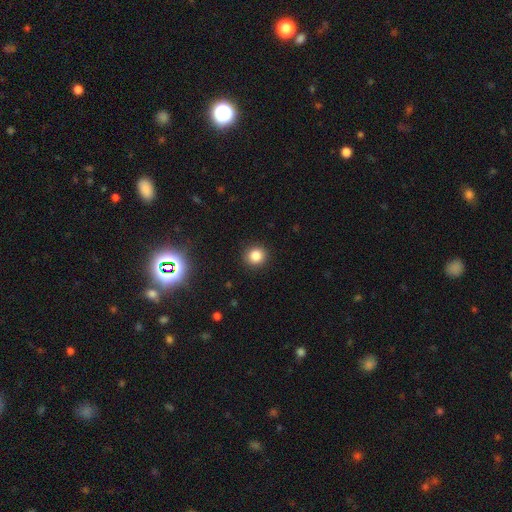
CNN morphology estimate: A smooth galaxy with no disk features (84%) that is round (90%). Merging: none (91%).